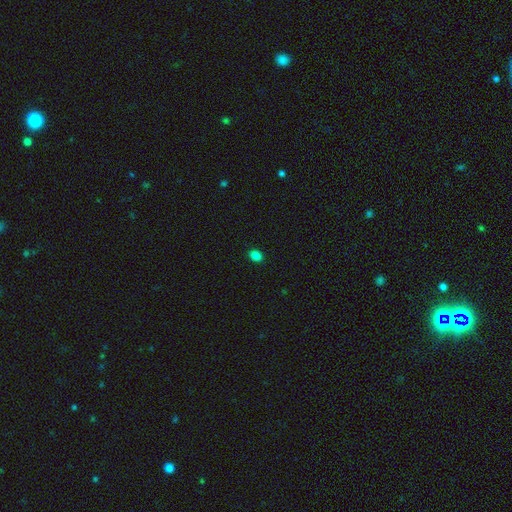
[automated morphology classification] smooth-or-featured: smooth: 84% | star or artifact: 13% | featured or disk: 3%
  how-rounded: in between: 73% | round: 26% | cigar-shaped: 1%
  merging: none: 90% | minor disturbance: 7% | major disturbance: 2% | merger: 1%